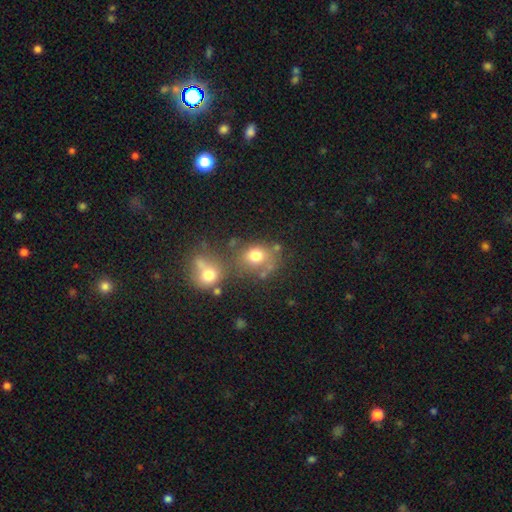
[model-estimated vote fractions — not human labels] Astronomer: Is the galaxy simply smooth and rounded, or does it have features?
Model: smooth — 73%.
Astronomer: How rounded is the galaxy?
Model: round — 67%.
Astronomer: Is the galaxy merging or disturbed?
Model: none — 46% (runner-up: merger, 34%).